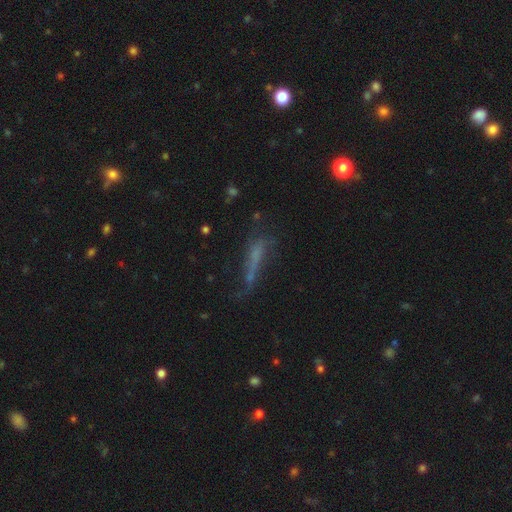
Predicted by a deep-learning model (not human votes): Smooth or featured? Predicted: smooth (p=0.49). Merging? Predicted: none (p=0.42).